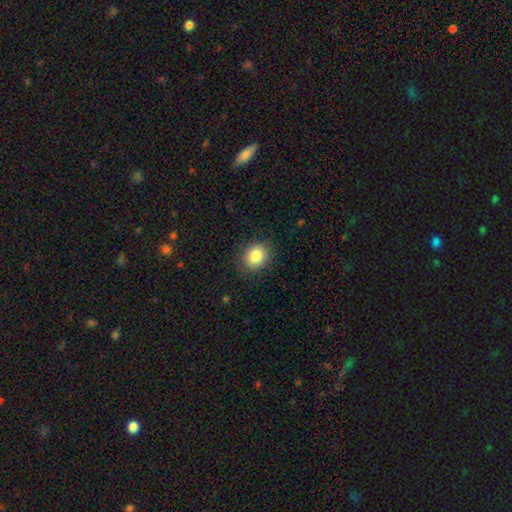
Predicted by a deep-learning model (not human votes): Smooth or featured? smooth (84%)
How rounded? round (65%)
Merging? none (86%)